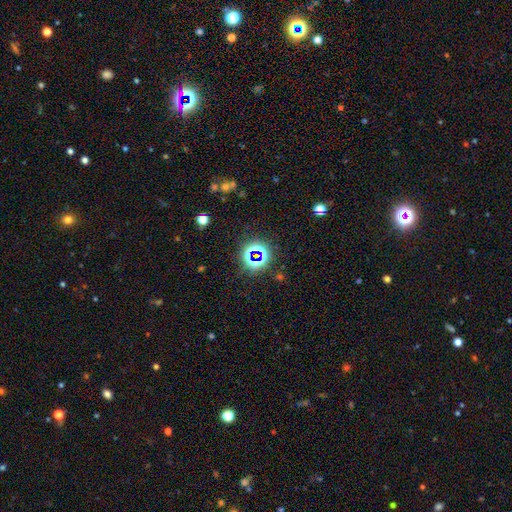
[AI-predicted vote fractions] Smooth or featured? star or artifact (73%)